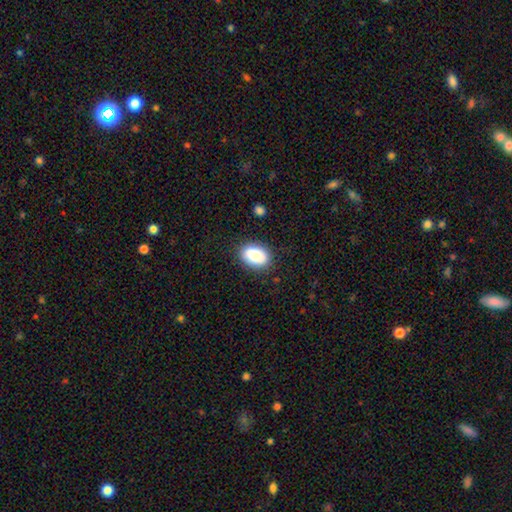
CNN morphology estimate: The model was most divided on "how rounded": in between: 84%, round: 15%, cigar-shaped: 1%. More confident: smooth or featured — smooth (83%); merging — none (83%).